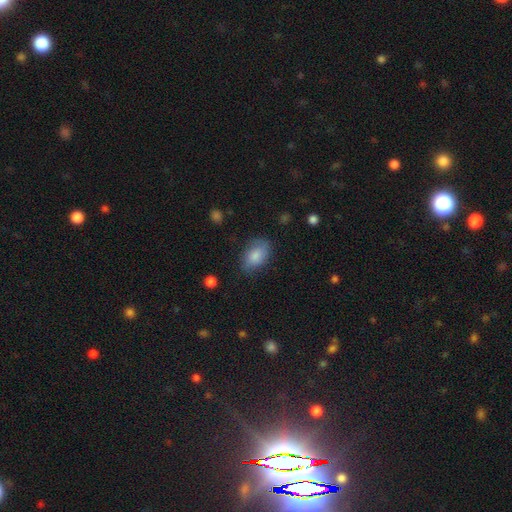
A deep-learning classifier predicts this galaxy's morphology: A smooth galaxy with no disk features (82%) that is in between round and cigar-shaped (89%). Merging: none (71%).